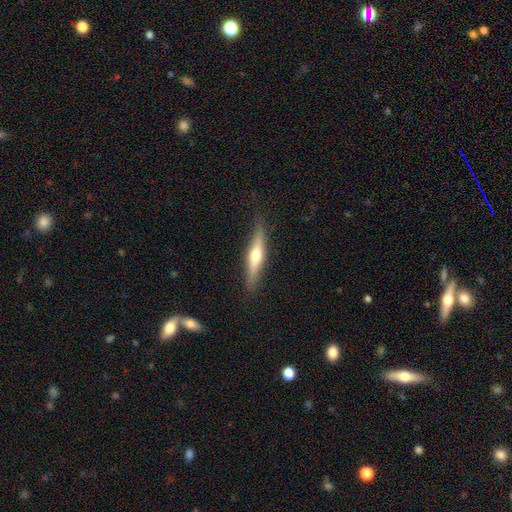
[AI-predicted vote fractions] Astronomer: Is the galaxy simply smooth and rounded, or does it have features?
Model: featured or disk — 56% (runner-up: smooth, 38%).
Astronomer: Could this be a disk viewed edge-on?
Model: yes — 95%.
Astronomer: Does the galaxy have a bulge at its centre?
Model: rounded — 89%.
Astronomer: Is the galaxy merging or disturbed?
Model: none — 87%.